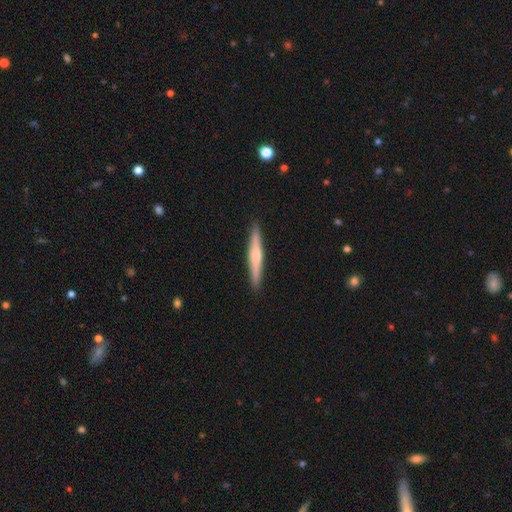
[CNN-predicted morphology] Smooth or featured: featured or disk — 54% (smooth — 40%)
Edge-on disk: yes — 97% (no — 3%)
Edge-on bulge: rounded — 67% (none — 21%)
Merging: none — 91% (minor disturbance — 6%)